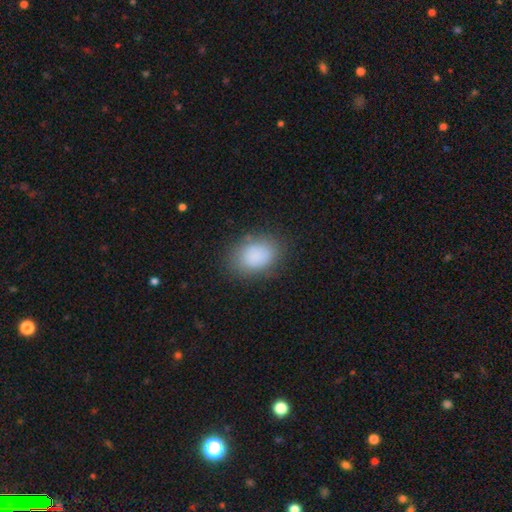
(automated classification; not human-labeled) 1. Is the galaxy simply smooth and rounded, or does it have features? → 85% smooth, 8% star or artifact, 6% featured or disk.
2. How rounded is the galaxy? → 76% in between, 23% round, 1% cigar-shaped.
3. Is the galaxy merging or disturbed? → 78% none, 15% minor disturbance, 5% major disturbance, 2% merger.